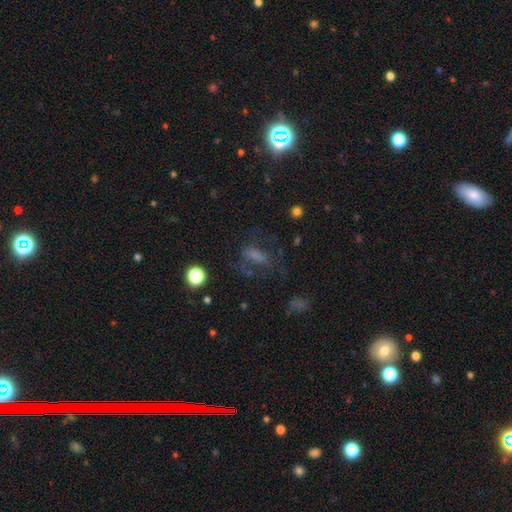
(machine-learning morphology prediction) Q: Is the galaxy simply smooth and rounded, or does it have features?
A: smooth — 46%.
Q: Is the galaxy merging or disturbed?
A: none — 49%.